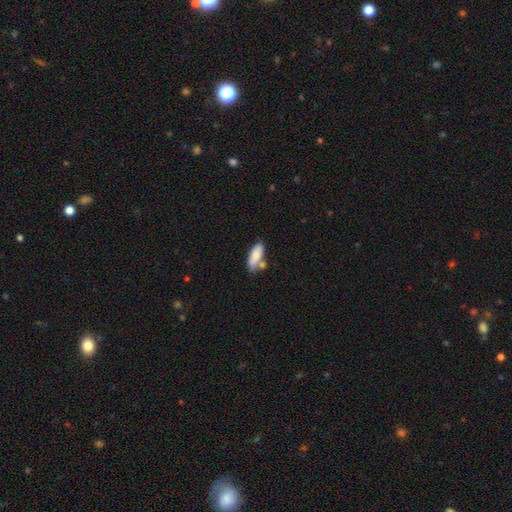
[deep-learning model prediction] This appears to be a smooth galaxy with no disk features (79%) that is in between round and cigar-shaped (74%). Merging: none (54%).